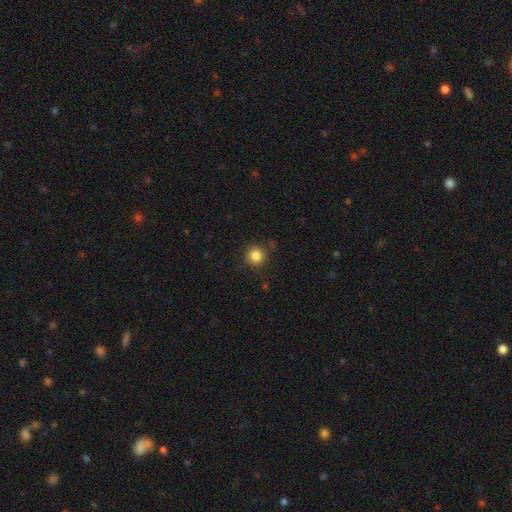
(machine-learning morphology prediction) smooth-or-featured: smooth: 84% | star or artifact: 11% | featured or disk: 5%
  how-rounded: round: 94% | in between: 5% | cigar-shaped: 1%
  merging: none: 85% | minor disturbance: 10% | major disturbance: 3% | merger: 2%